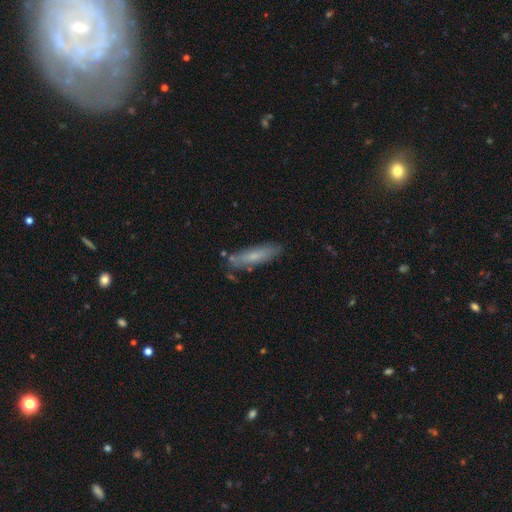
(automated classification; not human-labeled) Overall: smooth (69%). How rounded: cigar-shaped (65%; in between 33%). Merging: none (76%).